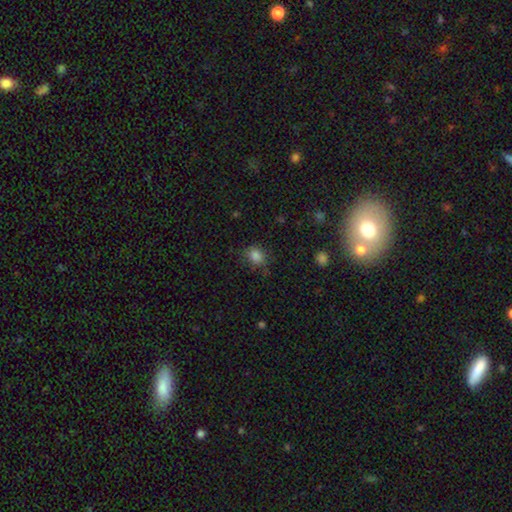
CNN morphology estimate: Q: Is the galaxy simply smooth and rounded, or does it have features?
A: smooth — 83%.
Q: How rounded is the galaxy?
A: round — 52%.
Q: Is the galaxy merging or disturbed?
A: none — 71%.